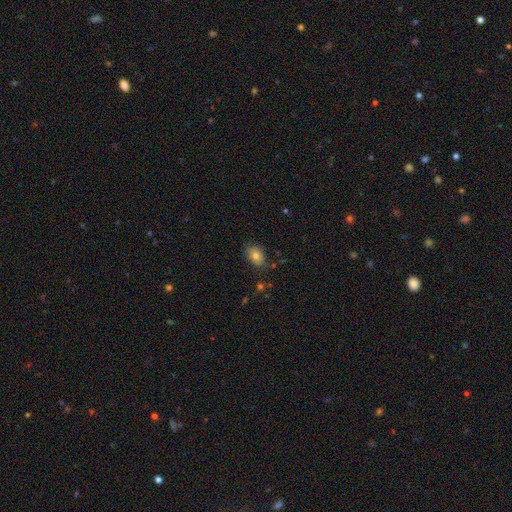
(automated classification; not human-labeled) smooth 79%, featured or disk 11%, star or artifact 10%. Down the decision tree: how rounded — in between (82%); merging — none (80%).